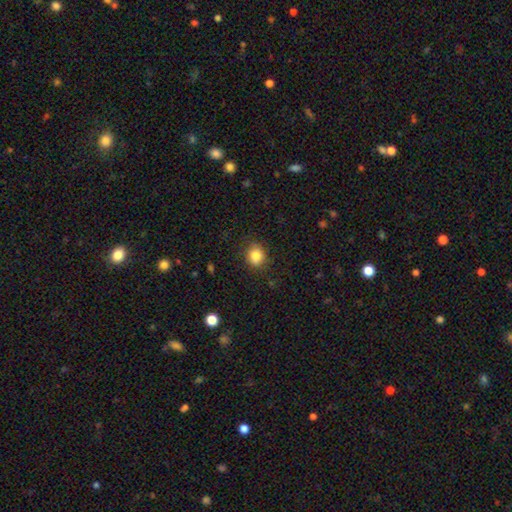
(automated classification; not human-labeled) Smooth or featured? Predicted: smooth (p=0.84). How rounded? Predicted: round (p=0.67). Merging? Predicted: none (p=0.84).